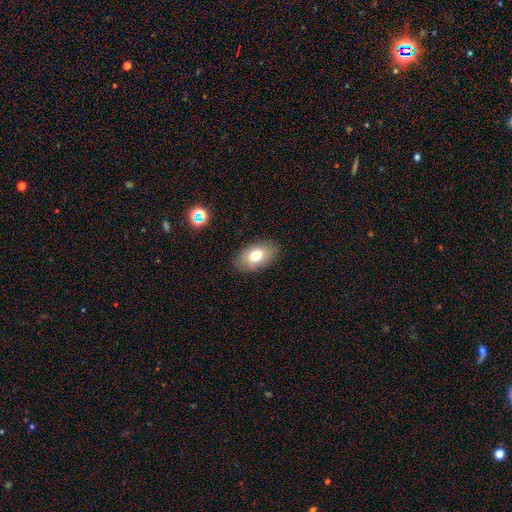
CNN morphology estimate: smooth-or-featured: smooth: 74% | featured or disk: 17% | star or artifact: 9%
  how-rounded: in between: 91% | round: 7% | cigar-shaped: 2%
  merging: none: 86% | minor disturbance: 10% | major disturbance: 3% | merger: 1%